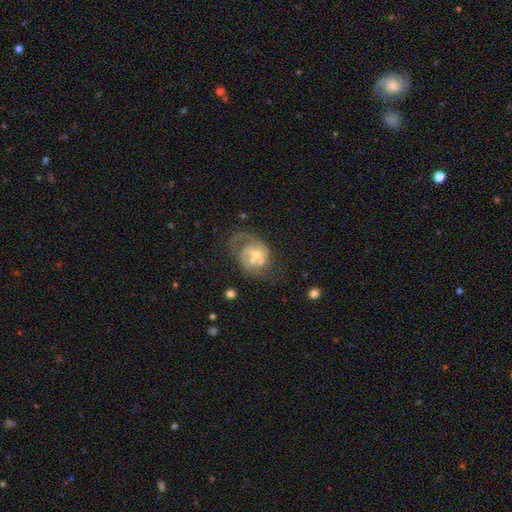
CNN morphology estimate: Smooth or featured? Predicted: featured or disk (p=0.81). Edge-on disk? Predicted: no (p=0.98). Bar? Predicted: no (p=0.61). Spiral arms? Predicted: yes (p=0.89). Spiral winding? Predicted: medium (p=0.47). Spiral arm count? Predicted: 2 (p=0.60). Bulge size? Predicted: small (p=0.45). Merging? Predicted: none (p=0.38).